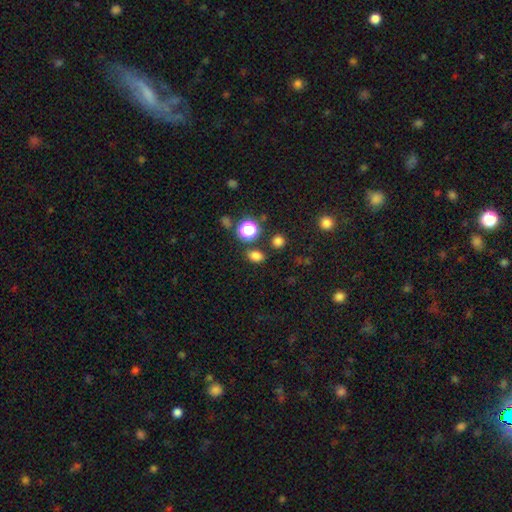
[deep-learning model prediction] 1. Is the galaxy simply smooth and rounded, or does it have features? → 76% smooth, 19% star or artifact, 5% featured or disk.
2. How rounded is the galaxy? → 64% in between, 35% round, 1% cigar-shaped.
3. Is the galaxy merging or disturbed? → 81% none, 10% minor disturbance, 6% merger, 3% major disturbance.